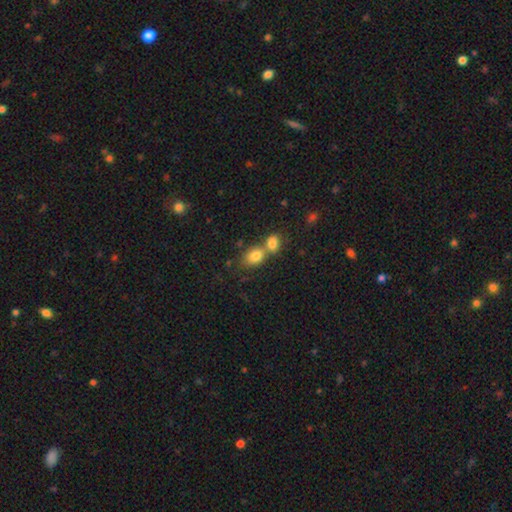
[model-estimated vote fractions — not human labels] Smooth or featured? smooth (80%)
How rounded? in between (68%)
Merging? merger (58%)